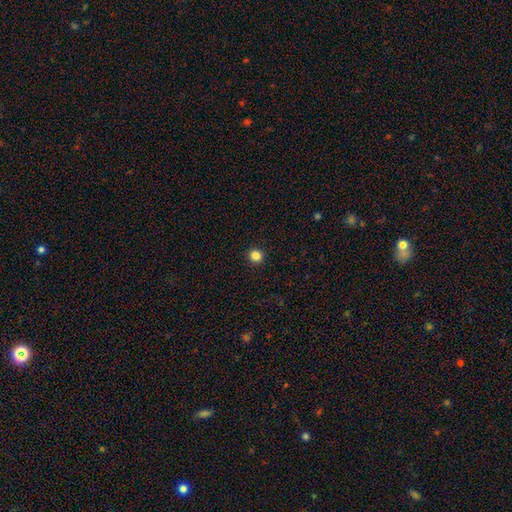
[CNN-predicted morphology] A smooth galaxy with no disk features (84%) that is round (92%). Merging: none (93%).